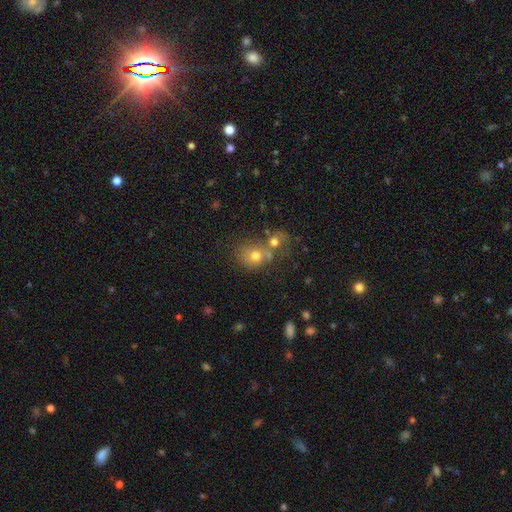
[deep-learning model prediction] smooth 68%, featured or disk 17%, star or artifact 15%. Down the decision tree: how rounded — round (71%); merging — merger (53%).